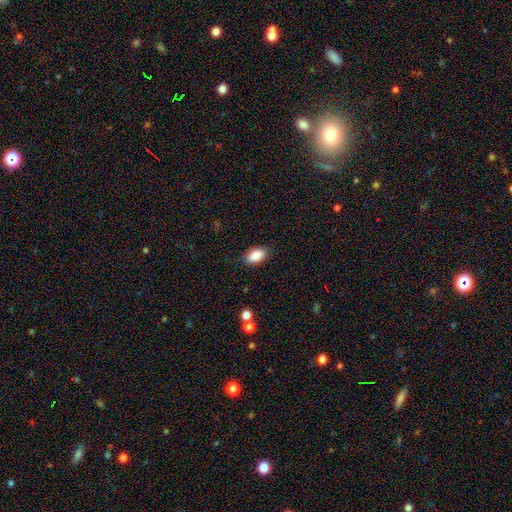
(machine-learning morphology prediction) Smooth or featured? Predicted: smooth (p=0.86). How rounded? Predicted: in between (p=0.92). Merging? Predicted: none (p=0.86).